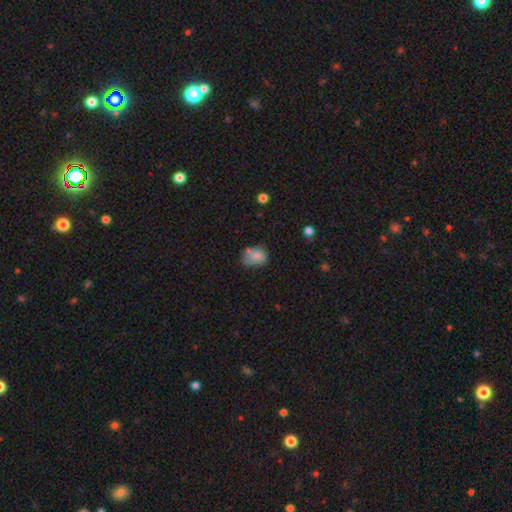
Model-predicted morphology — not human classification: Smooth or featured? Predicted: smooth (p=0.68). How rounded? Predicted: in between (p=0.67). Merging? Predicted: none (p=0.39).